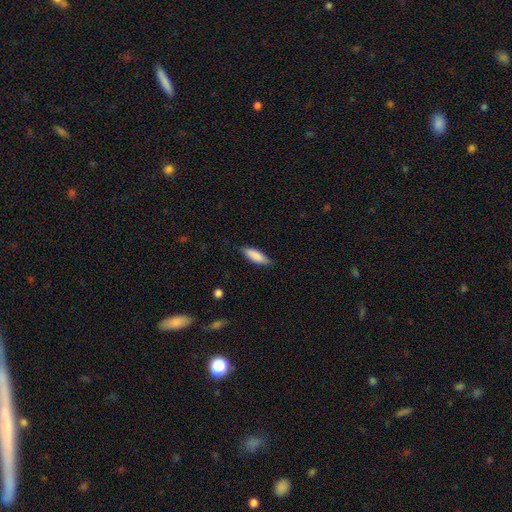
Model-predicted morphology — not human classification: This is clearly a smooth galaxy (86%). How rounded: possibly in between (60%). Merging: clearly none (81%).